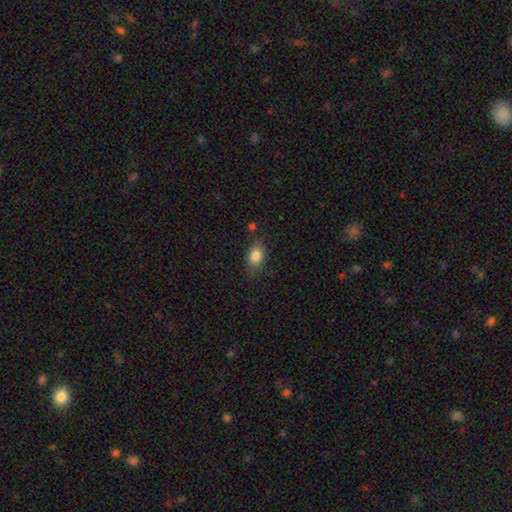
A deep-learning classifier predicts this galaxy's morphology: The model was most divided on "how rounded": in between: 76%, round: 22%, cigar-shaped: 2%. More confident: smooth or featured — smooth (83%); merging — none (75%).